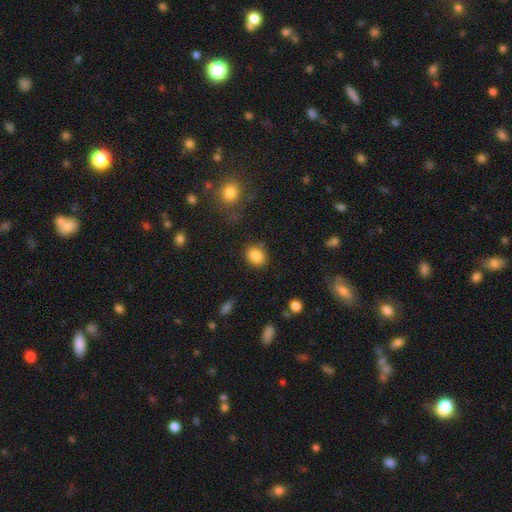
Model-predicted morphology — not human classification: This appears to be a smooth galaxy with no disk features (86%) that is round (62%). Merging: none (78%).